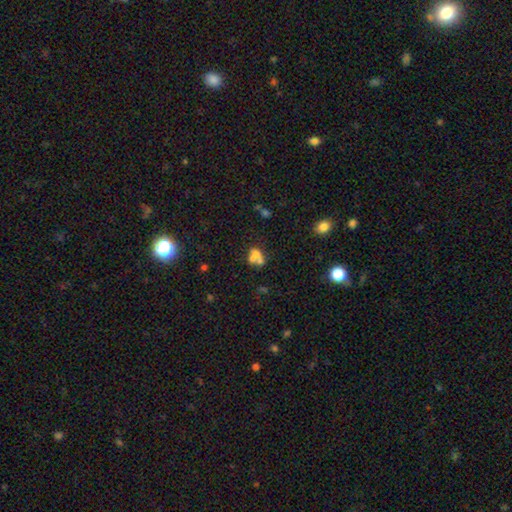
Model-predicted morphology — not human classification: A smooth galaxy with no disk features (54%) that is in between round and cigar-shaped (51%). Merging: merger (57%).